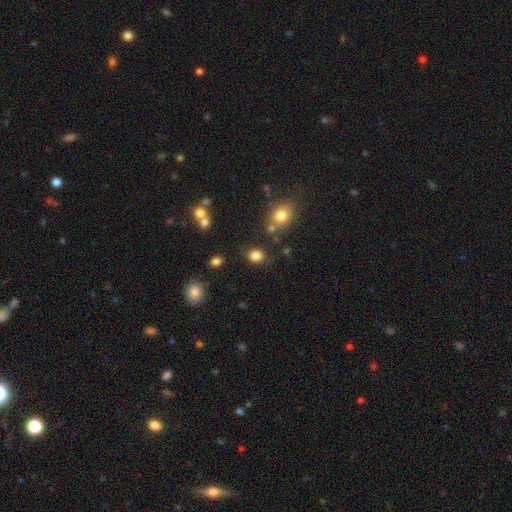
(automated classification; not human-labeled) A smooth galaxy with no disk features (83%) that is round (69%).

Vote fractions:
- Smooth or featured? smooth: 83% / star or artifact: 12% / featured or disk: 5%
- How rounded? round: 69% / in between: 30% / cigar-shaped: 1%
- Merging? none: 78% / minor disturbance: 13% / merger: 6% / major disturbance: 4%